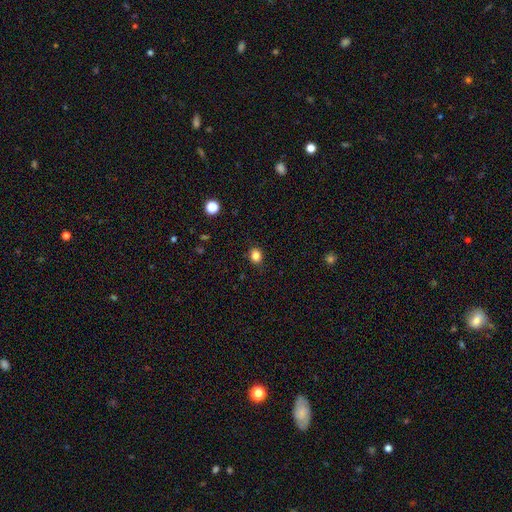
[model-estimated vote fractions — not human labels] A smooth galaxy with no disk features (84%) that is round (57%). Merging: none (87%).